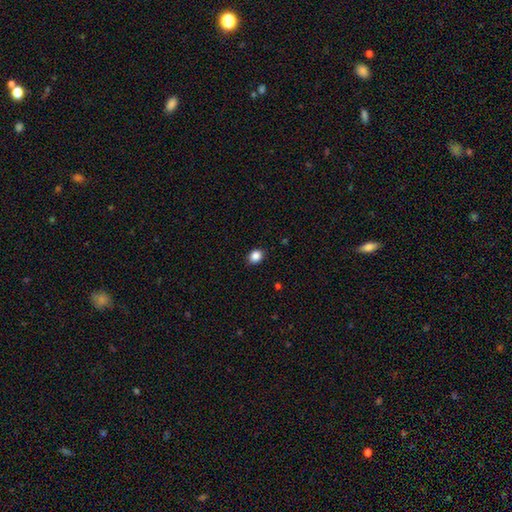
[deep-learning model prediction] This appears to be a smooth galaxy with no disk features (86%) that is round (58%). Merging: none (90%).